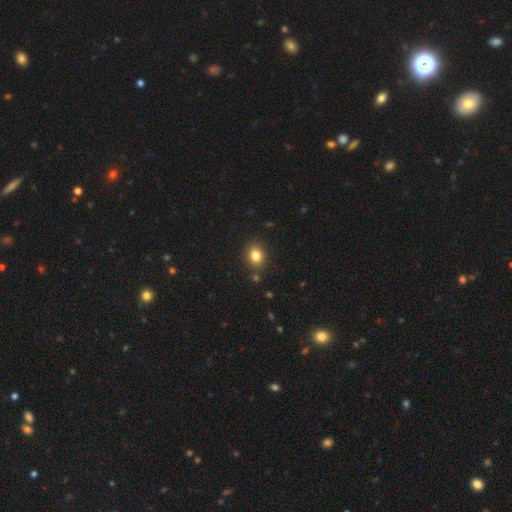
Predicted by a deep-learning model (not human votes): A smooth galaxy with no disk features (84%) that is round (57%). Merging: none (85%).